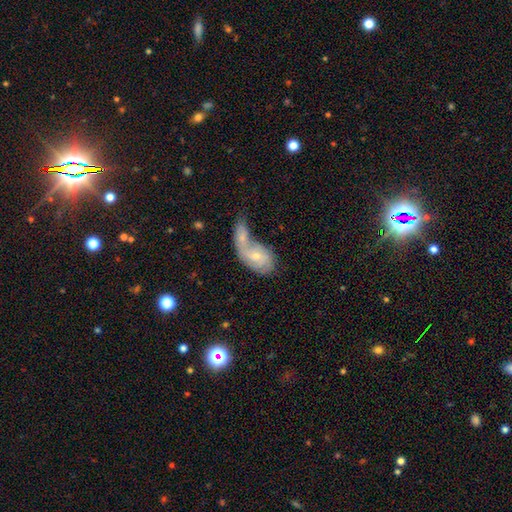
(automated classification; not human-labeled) Smooth or featured: featured or disk — 49% (smooth — 44%)
Merging: merger — 63% (none — 17%)